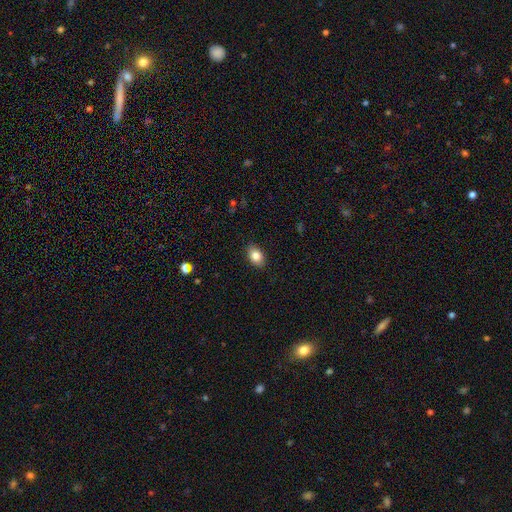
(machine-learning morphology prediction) The model was most divided on "how rounded": in between: 84%, round: 15%, cigar-shaped: 1%. More confident: merging — none (89%); smooth or featured — smooth (83%).